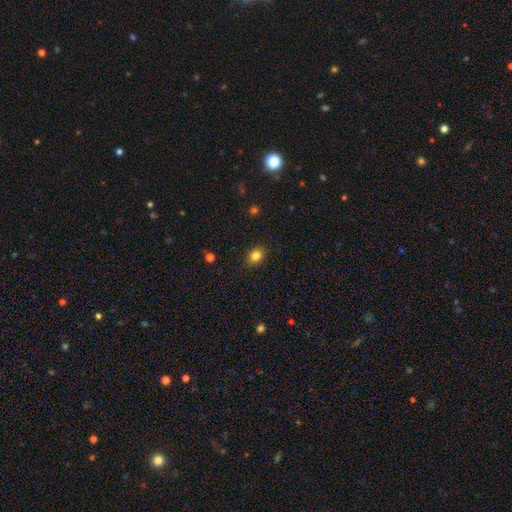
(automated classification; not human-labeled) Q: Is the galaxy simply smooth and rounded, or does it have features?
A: smooth — 82%.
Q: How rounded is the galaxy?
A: in between — 59%.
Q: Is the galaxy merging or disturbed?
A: none — 83%.